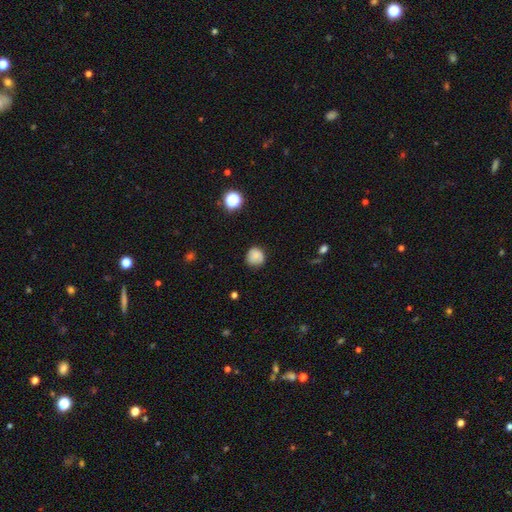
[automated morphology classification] smooth_or_featured: smooth (p=0.79) [alt: featured or disk p=0.11]
how_rounded: round (p=0.88) [alt: in between p=0.11]
merging: none (p=0.76) [alt: minor disturbance p=0.18]